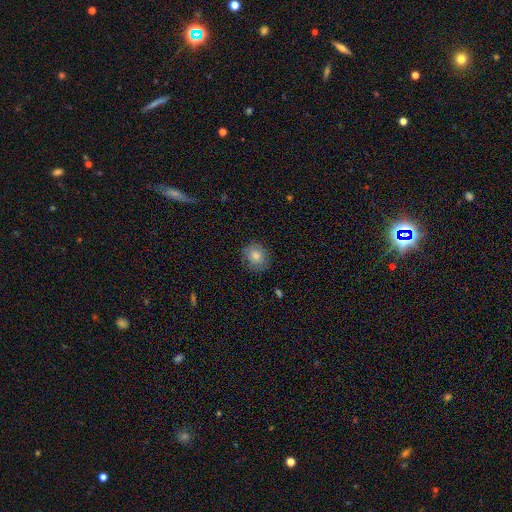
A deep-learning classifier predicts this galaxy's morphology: Q: Smooth or featured?
A: smooth (74%); runner-up: featured or disk (14%)
Q: How rounded?
A: round (78%); runner-up: in between (21%)
Q: Merging?
A: none (82%); runner-up: minor disturbance (14%)